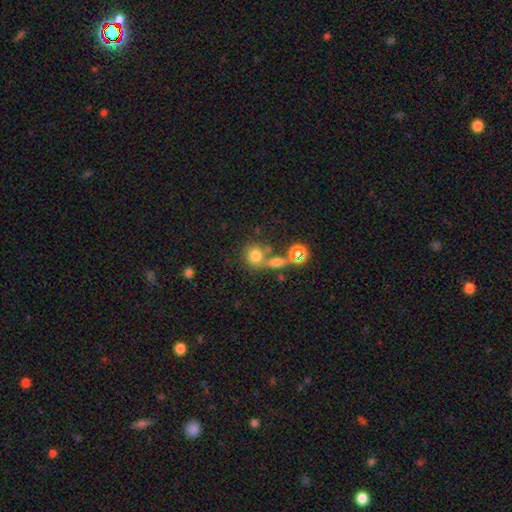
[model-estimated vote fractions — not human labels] A smooth galaxy with no disk features (73%) that is round (82%). Merging: none (52%).